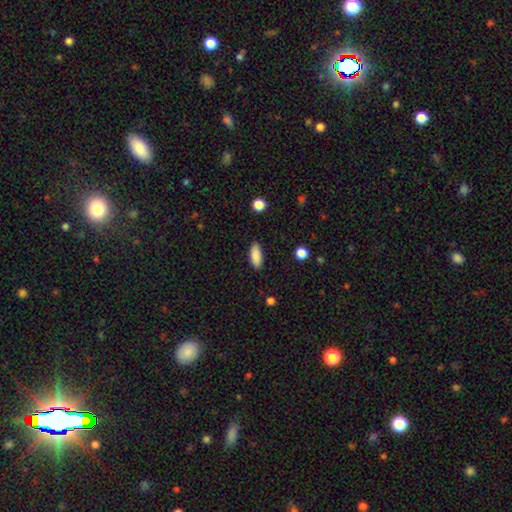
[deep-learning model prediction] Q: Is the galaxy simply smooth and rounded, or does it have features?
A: smooth — 89%.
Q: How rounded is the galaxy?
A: in between — 78%.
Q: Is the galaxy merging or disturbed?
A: none — 88%.